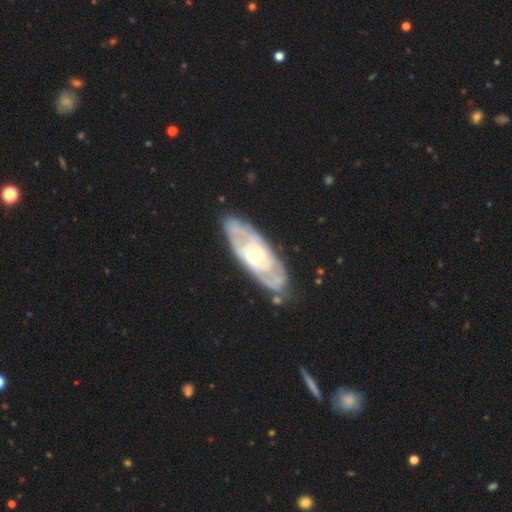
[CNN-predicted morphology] Smooth or featured?
  - featured or disk: 81% *
  - smooth: 15%
  - star or artifact: 5%
Edge-on disk?
  - no: 86% *
  - yes: 14%
Bar?
  - no: 54% *
  - weak: 35%
  - strong: 11%
Spiral arms?
  - yes: 83% *
  - no: 17%
Spiral winding?
  - tight: 65% *
  - medium: 27%
  - loose: 8%
Spiral arm count?
  - can't tell: 50% *
  - 2: 29%
  - 3: 10%
  - 4: 5%
  - 1: 3%
  - more than 4: 3%
Bulge size?
  - moderate: 56% *
  - small: 39%
  - large: 4%
  - none: 1%
  - dominant: 1%
Merging?
  - none: 78% *
  - minor disturbance: 15%
  - major disturbance: 4%
  - merger: 2%